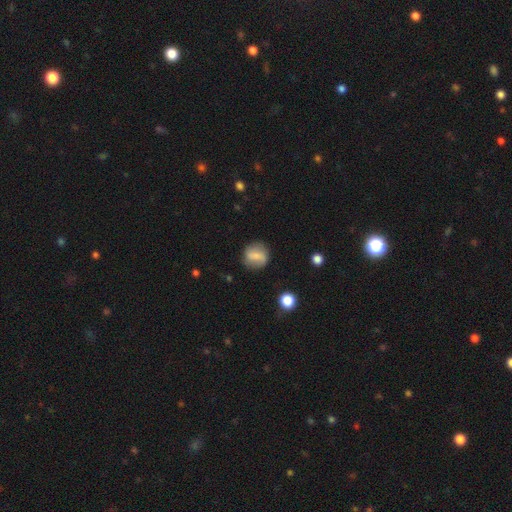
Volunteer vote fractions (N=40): Smooth or featured? smooth (60%)
How rounded? round (79%)
Merging? none (72%)